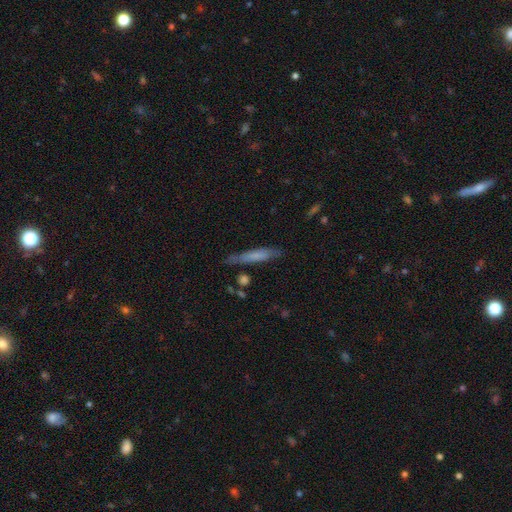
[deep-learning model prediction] Smooth or featured? Predicted: smooth (p=0.61). How rounded? Predicted: cigar-shaped (p=0.91). Merging? Predicted: none (p=0.74).